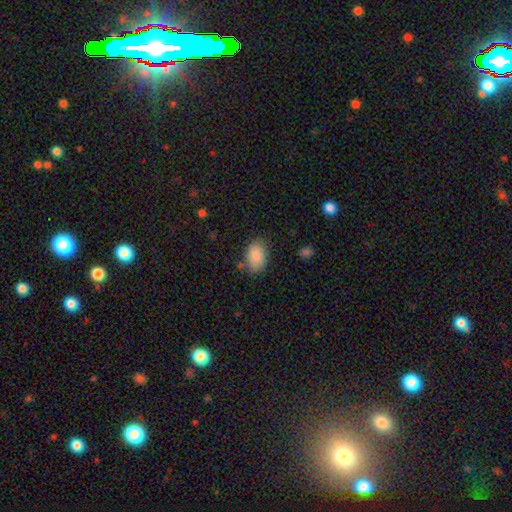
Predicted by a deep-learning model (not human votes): Q: Smooth or featured?
A: smooth (87%); runner-up: star or artifact (7%)
Q: How rounded?
A: in between (89%); runner-up: round (10%)
Q: Merging?
A: none (77%); runner-up: minor disturbance (16%)